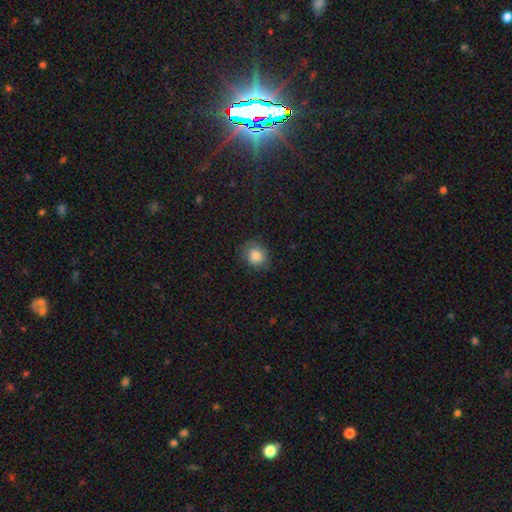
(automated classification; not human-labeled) Q: Smooth or featured?
A: smooth (84%); runner-up: star or artifact (10%)
Q: How rounded?
A: round (73%); runner-up: in between (26%)
Q: Merging?
A: none (78%); runner-up: minor disturbance (17%)